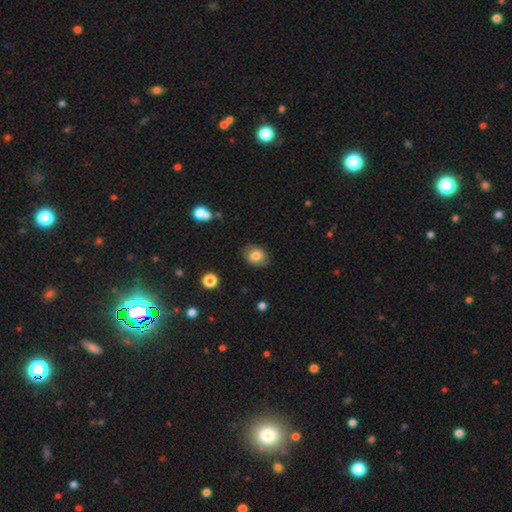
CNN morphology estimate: Smooth or featured? Predicted: smooth (p=0.82). How rounded? Predicted: in between (p=0.54). Merging? Predicted: none (p=0.81).